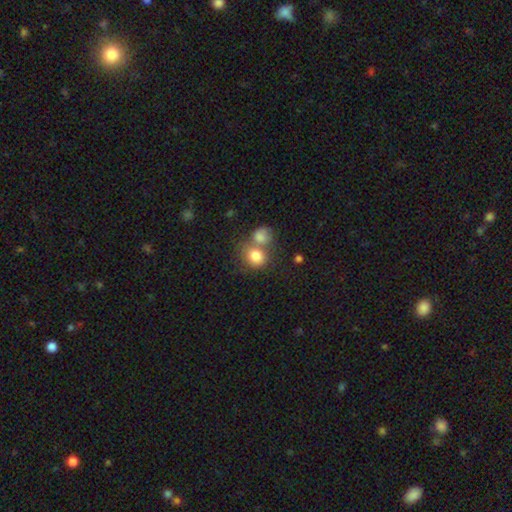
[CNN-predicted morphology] smooth-or-featured: smooth: 80% | featured or disk: 11% | star or artifact: 9%
  how-rounded: round: 71% | in between: 28% | cigar-shaped: 1%
  merging: merger: 48% | none: 38% | minor disturbance: 10% | major disturbance: 5%